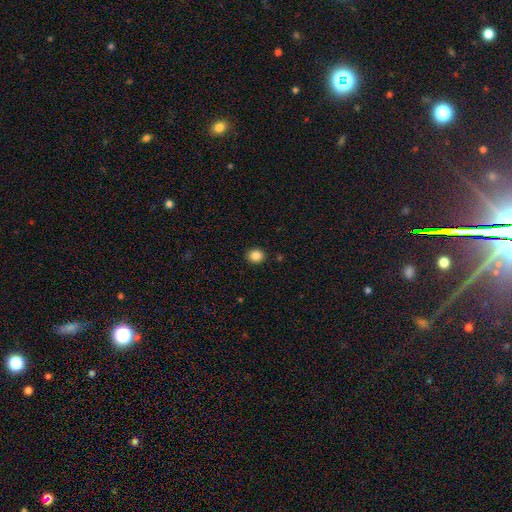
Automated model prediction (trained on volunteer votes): smooth-or-featured: smooth: 86% | star or artifact: 10% | featured or disk: 4%
  how-rounded: round: 72% | in between: 27% | cigar-shaped: 1%
  merging: none: 90% | minor disturbance: 6% | major disturbance: 2% | merger: 1%